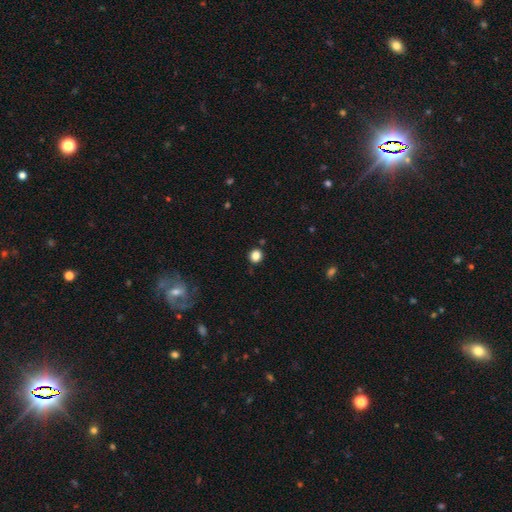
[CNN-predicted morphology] smooth_or_featured: smooth (p=0.84) [alt: star or artifact p=0.12]
how_rounded: round (p=0.90) [alt: in between p=0.09]
merging: none (p=0.89) [alt: minor disturbance p=0.06]